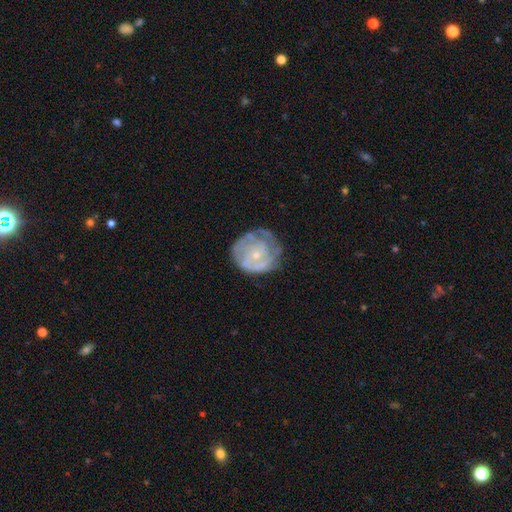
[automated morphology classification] Smooth or featured?
  - featured or disk: 68% *
  - smooth: 26%
  - star or artifact: 6%
Edge-on disk?
  - no: 98% *
  - yes: 2%
Bar?
  - no: 83% *
  - weak: 14%
  - strong: 2%
Spiral arms?
  - yes: 72% *
  - no: 28%
Bulge size?
  - small: 75% *
  - moderate: 18%
  - none: 4%
  - large: 1%
  - dominant: 1%
Merging?
  - none: 58% *
  - minor disturbance: 25%
  - major disturbance: 15%
  - merger: 2%